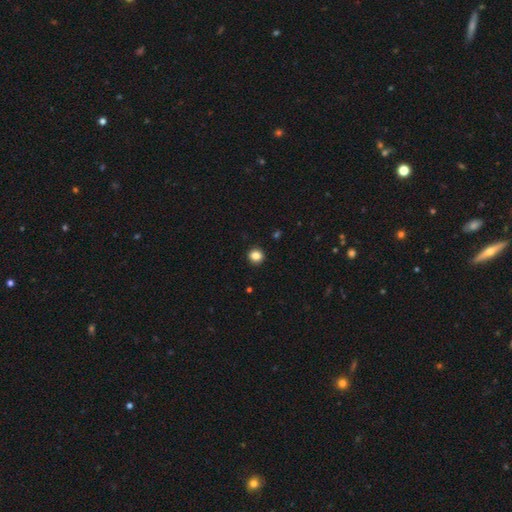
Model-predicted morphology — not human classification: Smooth or featured?
  - smooth: 85% *
  - star or artifact: 11%
  - featured or disk: 4%
How rounded?
  - round: 86% *
  - in between: 13%
  - cigar-shaped: 1%
Merging?
  - none: 92% *
  - minor disturbance: 5%
  - major disturbance: 2%
  - merger: 1%